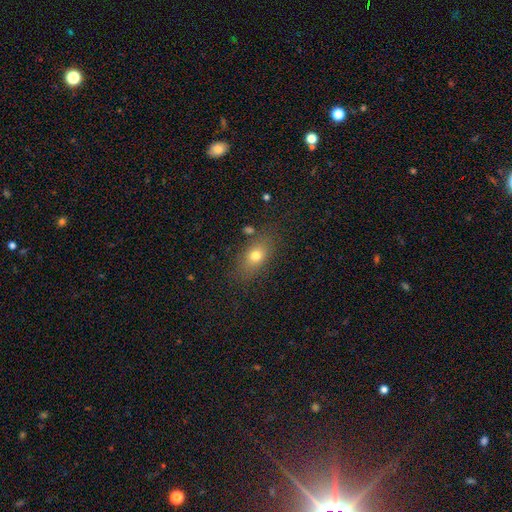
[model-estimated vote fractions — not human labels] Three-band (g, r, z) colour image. It shows a smooth galaxy with no disk features (73%) that is in between round and cigar-shaped (74%). Merging: none (78%).